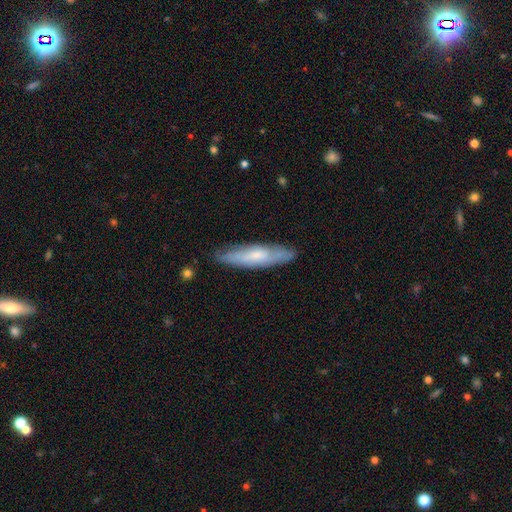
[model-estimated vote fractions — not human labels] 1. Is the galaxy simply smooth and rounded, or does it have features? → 53% smooth, 41% featured or disk, 6% star or artifact.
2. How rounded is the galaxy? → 75% cigar-shaped, 24% in between, 1% round.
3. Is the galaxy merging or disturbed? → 82% none, 14% minor disturbance, 3% major disturbance, 1% merger.